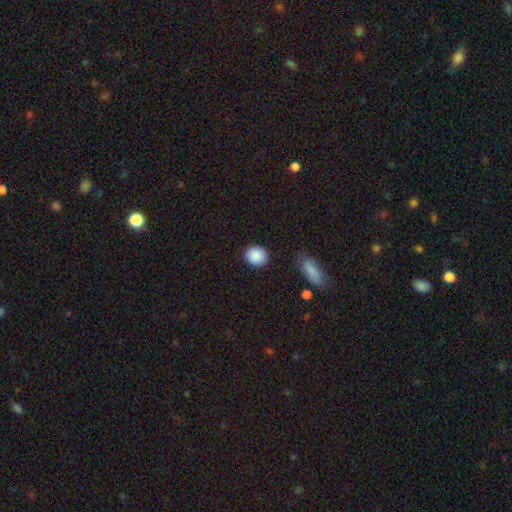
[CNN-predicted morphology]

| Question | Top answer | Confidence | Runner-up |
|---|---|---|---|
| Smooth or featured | smooth | 89% | star or artifact (7%) |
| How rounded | round | 79% | in between (20%) |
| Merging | none | 89% | minor disturbance (7%) |